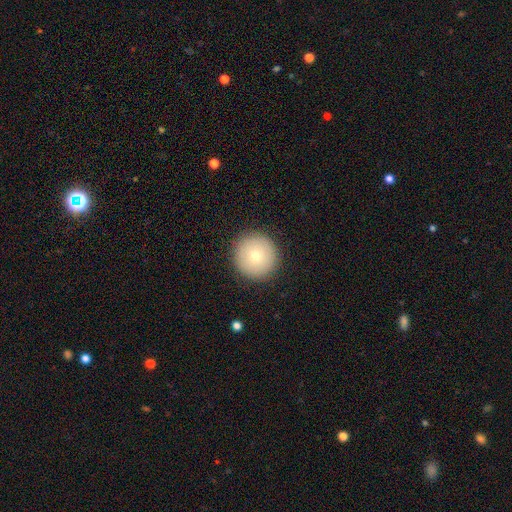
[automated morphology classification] Smooth or featured: smooth — 76% (featured or disk — 14%)
How rounded: round — 96% (in between — 3%)
Merging: none — 92% (minor disturbance — 6%)